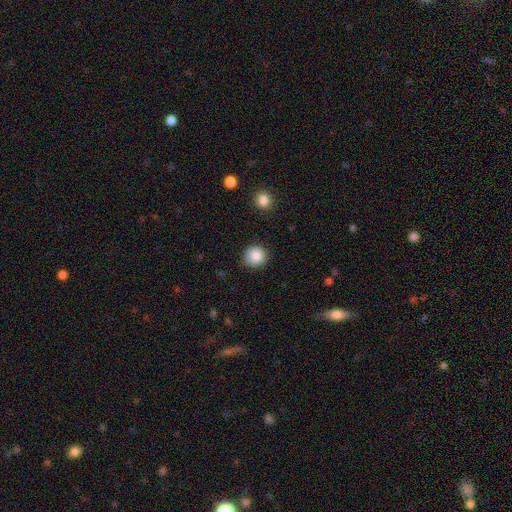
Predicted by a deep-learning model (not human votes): Smooth or featured: smooth — 86% (star or artifact — 9%)
How rounded: round — 91% (in between — 9%)
Merging: none — 84% (minor disturbance — 12%)